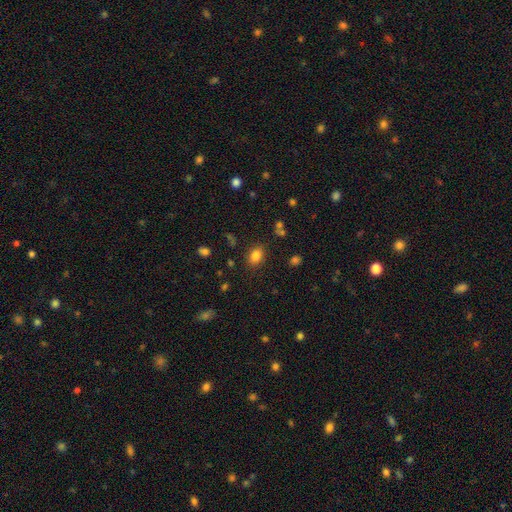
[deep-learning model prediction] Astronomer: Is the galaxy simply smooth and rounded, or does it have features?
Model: smooth — 82%.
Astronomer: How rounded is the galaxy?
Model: in between — 73%.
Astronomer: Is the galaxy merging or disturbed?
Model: none — 84%.